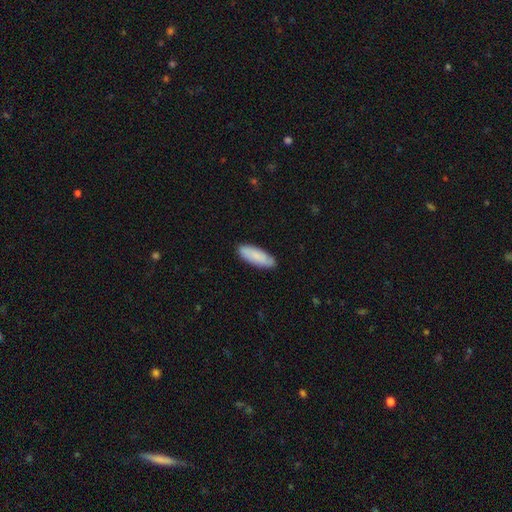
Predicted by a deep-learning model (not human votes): Smooth or featured? Predicted: smooth (p=0.82). How rounded? Predicted: in between (p=0.62). Merging? Predicted: none (p=0.86).